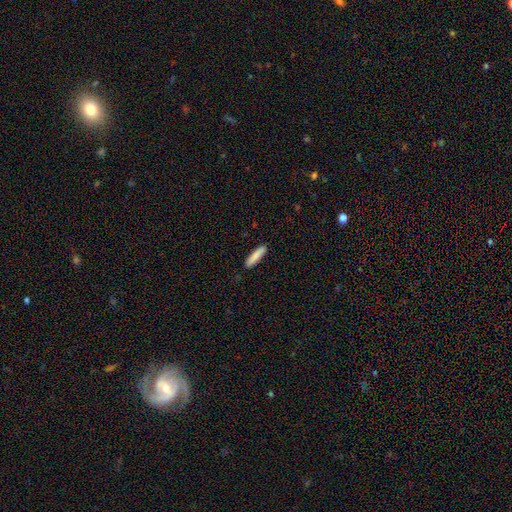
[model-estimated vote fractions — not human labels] Overall: smooth (86%). How rounded: cigar-shaped (82%). Merging: none (90%).